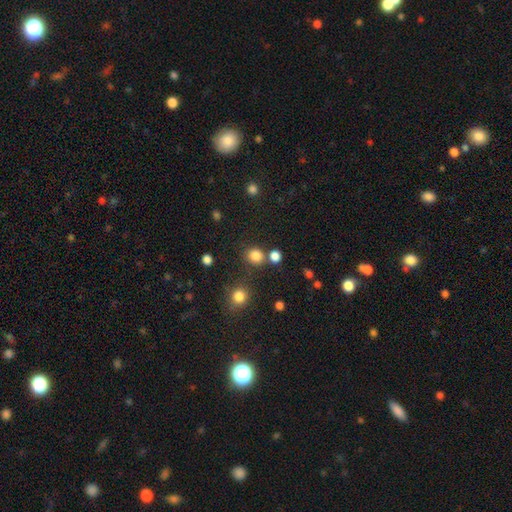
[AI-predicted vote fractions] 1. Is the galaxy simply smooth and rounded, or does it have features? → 82% smooth, 14% star or artifact, 4% featured or disk.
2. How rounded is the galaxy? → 85% round, 14% in between, 1% cigar-shaped.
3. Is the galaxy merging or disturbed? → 74% none, 13% merger, 9% minor disturbance, 4% major disturbance.